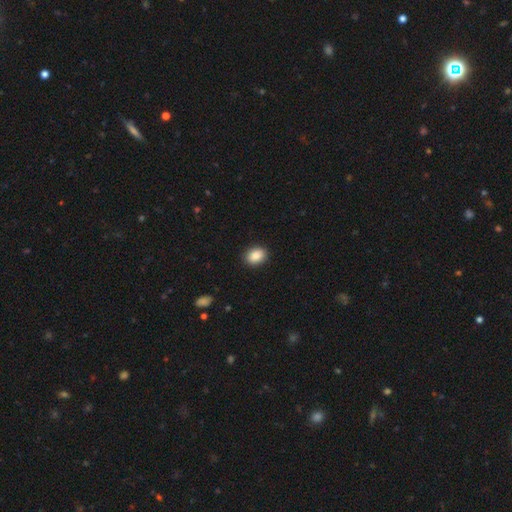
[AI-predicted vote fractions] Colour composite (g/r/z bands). It shows a smooth galaxy with no disk features (88%) that is in between round and cigar-shaped (67%). Merging: none (90%).